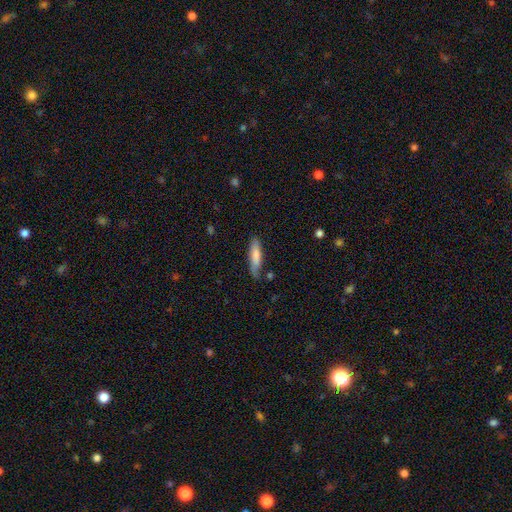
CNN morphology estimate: type=smooth (78%); roundness=cigar-shaped (74%); merging=none (75%).